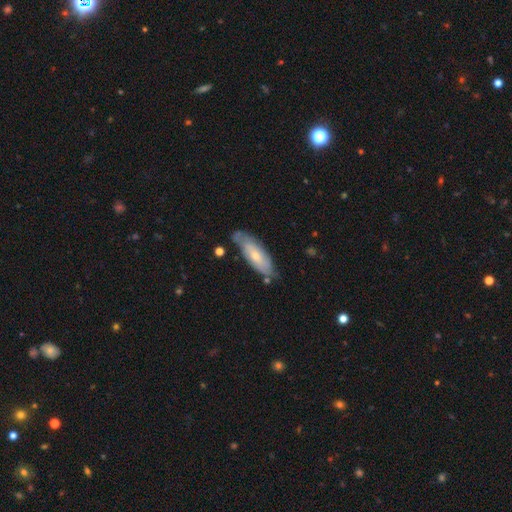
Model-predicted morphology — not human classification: smooth-or-featured: smooth: 49% | featured or disk: 46% | star or artifact: 6%
  merging: none: 66% | minor disturbance: 24% | major disturbance: 5% | merger: 5%